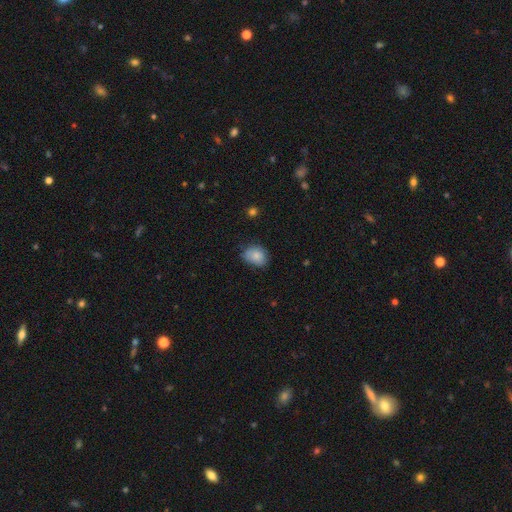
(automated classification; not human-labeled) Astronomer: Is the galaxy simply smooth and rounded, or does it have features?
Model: smooth — 82%.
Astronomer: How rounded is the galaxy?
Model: in between — 61% (runner-up: round, 38%).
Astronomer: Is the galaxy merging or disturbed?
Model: none — 61%.